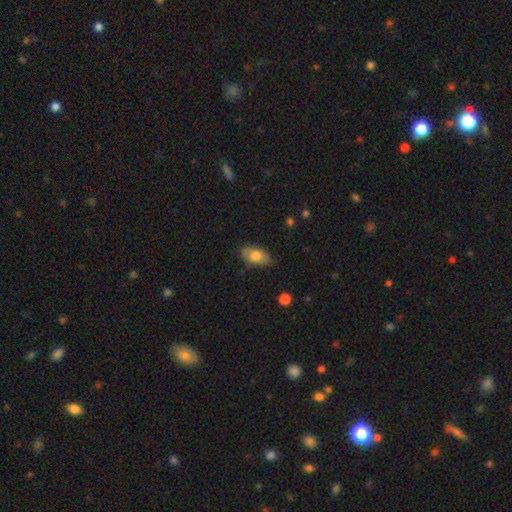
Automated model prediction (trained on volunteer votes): smooth-or-featured: smooth: 71% | featured or disk: 22% | star or artifact: 7%
  how-rounded: in between: 91% | round: 6% | cigar-shaped: 4%
  merging: none: 79% | minor disturbance: 16% | major disturbance: 3% | merger: 1%